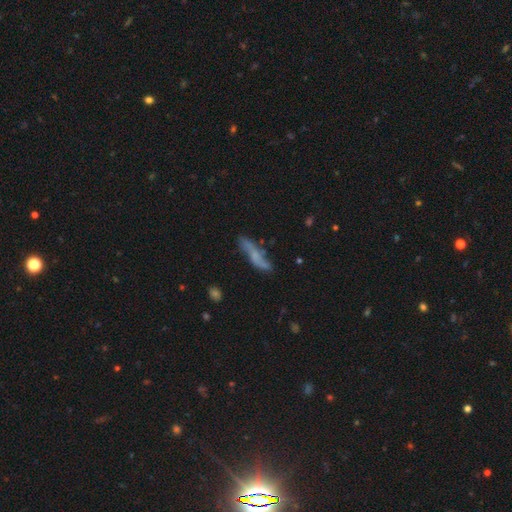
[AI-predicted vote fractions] Smooth or featured: featured or disk — 52% (smooth — 39%)
Edge-on disk: no — 57% (yes — 43%)
Merging: none — 66% (minor disturbance — 23%)